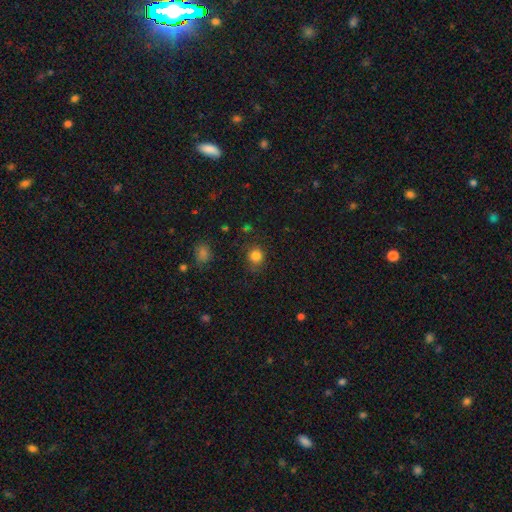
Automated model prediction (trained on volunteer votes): Overall: smooth (82%). How rounded: round (84%). Merging: none (78%).